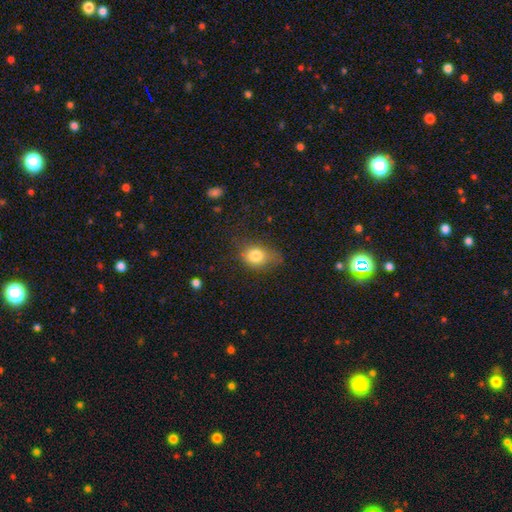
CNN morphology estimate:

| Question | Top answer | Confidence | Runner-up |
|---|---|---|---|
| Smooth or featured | smooth | 80% | star or artifact (10%) |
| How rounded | in between | 56% | round (42%) |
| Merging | none | 59% | minor disturbance (28%) |